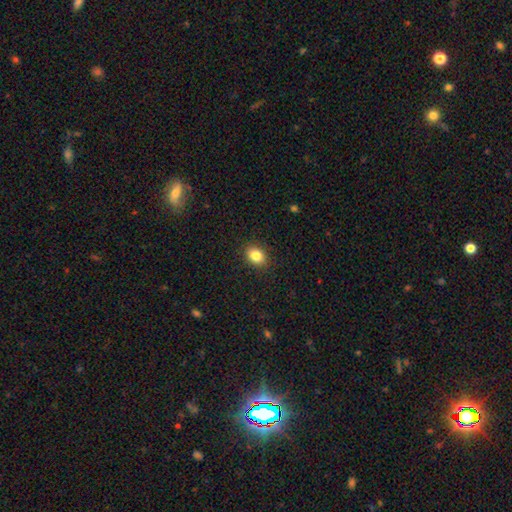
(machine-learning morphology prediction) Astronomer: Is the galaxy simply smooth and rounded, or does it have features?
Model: smooth — 85%.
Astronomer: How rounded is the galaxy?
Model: in between — 67%.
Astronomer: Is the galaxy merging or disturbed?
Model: none — 89%.